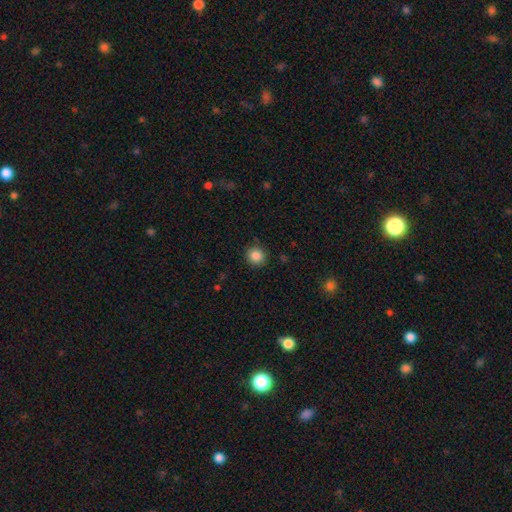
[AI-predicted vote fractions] Smooth or featured?
  - smooth: 86% *
  - star or artifact: 10%
  - featured or disk: 4%
How rounded?
  - round: 93% *
  - in between: 6%
  - cigar-shaped: 1%
Merging?
  - none: 88% *
  - minor disturbance: 8%
  - major disturbance: 2%
  - merger: 1%